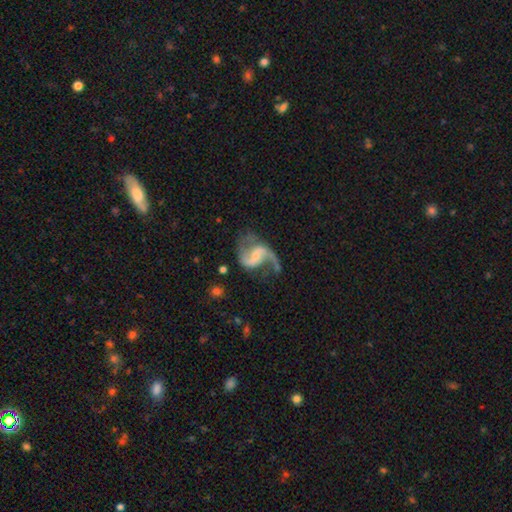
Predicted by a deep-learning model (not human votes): Morphology: type=featured or disk (89%); edge-on=no (98%); bar=weak (48%); spiral arms=yes (96%); winding=loose (69%); arm count=2 (87%); bulge=small (58%); merging=none (57%).